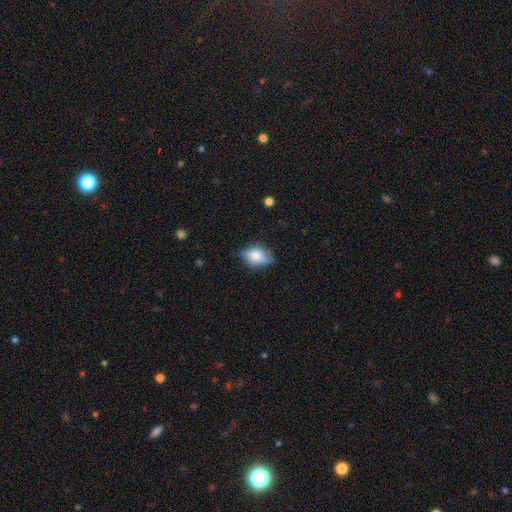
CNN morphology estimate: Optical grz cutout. It shows a smooth galaxy with no disk features (67%) that is in between round and cigar-shaped (77%). Merging: none (66%).